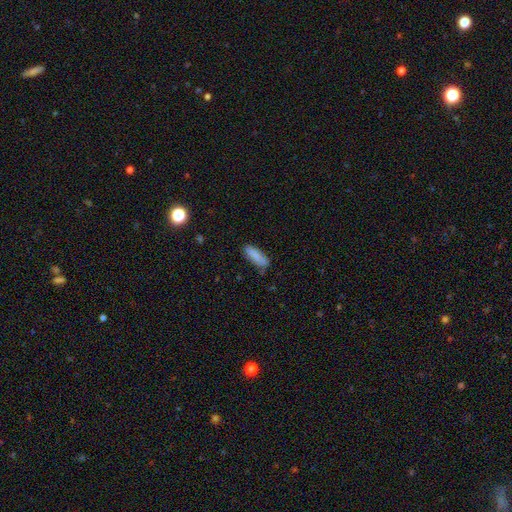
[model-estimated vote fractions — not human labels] Smooth or featured?
  - smooth: 84% *
  - featured or disk: 9%
  - star or artifact: 7%
How rounded?
  - in between: 54% *
  - cigar-shaped: 44%
  - round: 2%
Merging?
  - none: 73% *
  - minor disturbance: 20%
  - major disturbance: 4%
  - merger: 3%